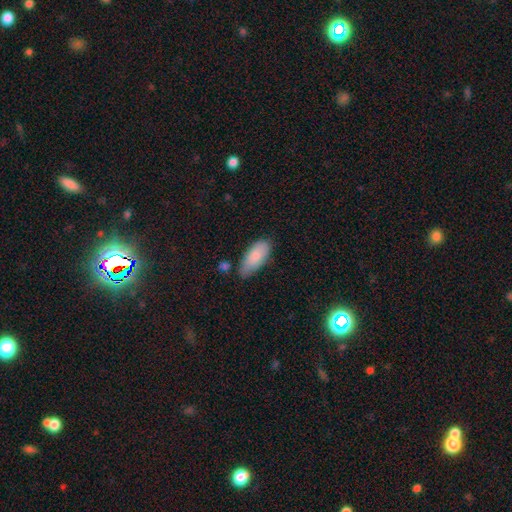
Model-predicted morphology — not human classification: This is clearly a smooth galaxy (84%). How rounded: clearly in between (86%). Merging: likely none (65%).